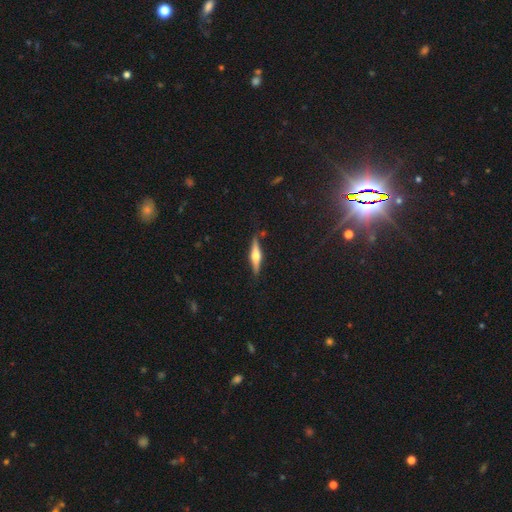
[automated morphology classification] This is likely a featured or disk galaxy (68%). It is clearly viewed edge-on (97%). Edge-on bulge: clearly rounded (91%). Merging: clearly none (86%).